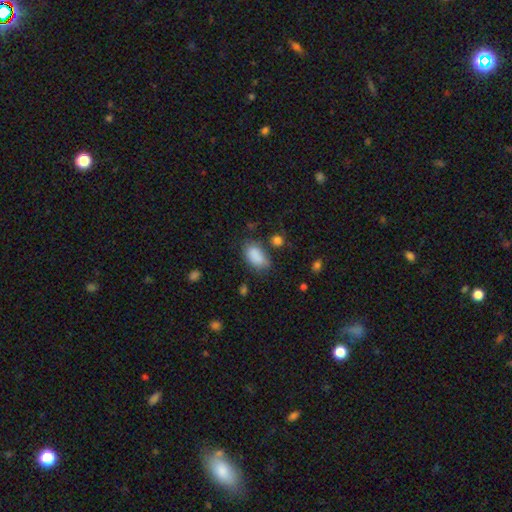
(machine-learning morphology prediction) Smooth or featured? Predicted: smooth (p=0.86). How rounded? Predicted: in between (p=0.91). Merging? Predicted: none (p=0.61).